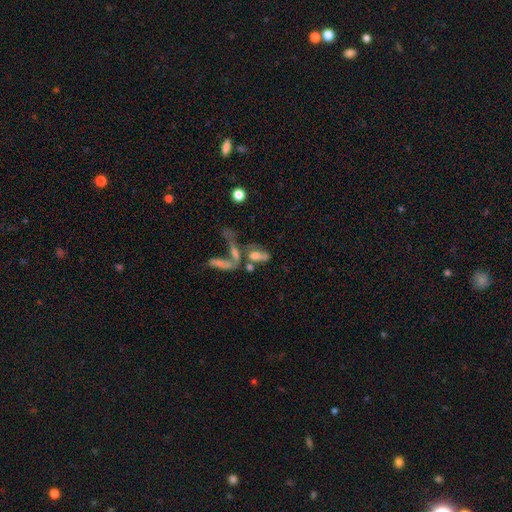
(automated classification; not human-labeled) Morphology: type=smooth (48%); merging=merger (54%).